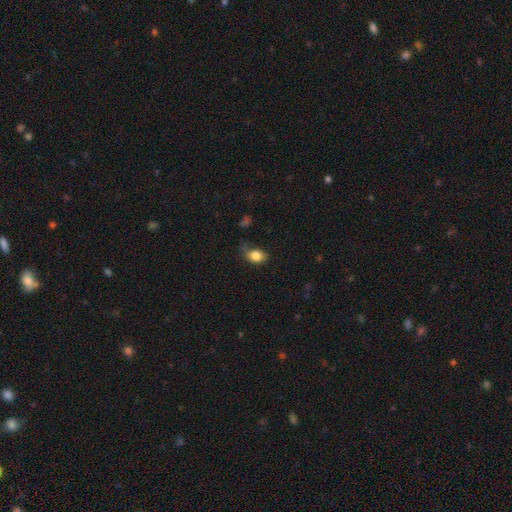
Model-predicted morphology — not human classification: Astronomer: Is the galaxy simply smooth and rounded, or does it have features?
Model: smooth — 82%.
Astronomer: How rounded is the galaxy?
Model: in between — 72%.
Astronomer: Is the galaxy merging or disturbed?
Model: none — 50% (runner-up: minor disturbance, 32%).